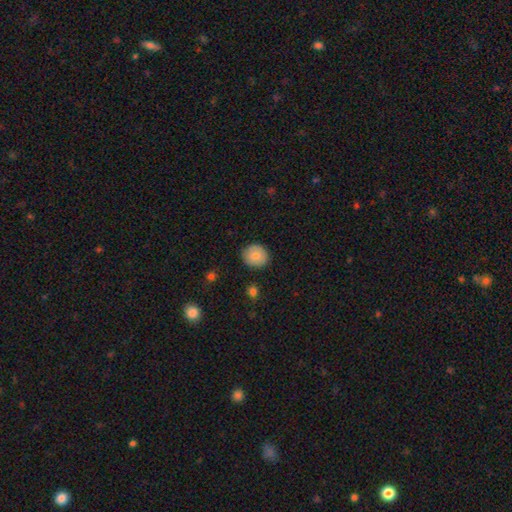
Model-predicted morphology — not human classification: A smooth galaxy with no disk features (80%) that is round (83%).

Vote fractions:
- Smooth or featured? smooth: 80% / featured or disk: 12% / star or artifact: 8%
- How rounded? round: 83% / in between: 16% / cigar-shaped: 1%
- Merging? none: 85% / minor disturbance: 11% / major disturbance: 2% / merger: 1%